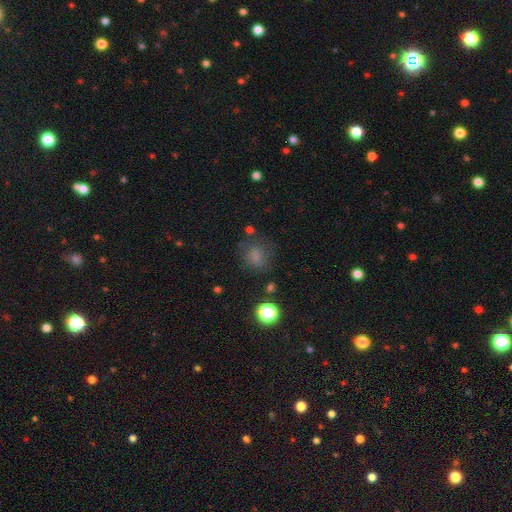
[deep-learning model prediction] smooth_or_featured: smooth (p=0.74) [alt: star or artifact p=0.17]
how_rounded: round (p=0.65) [alt: in between p=0.34]
merging: none (p=0.67) [alt: minor disturbance p=0.19]